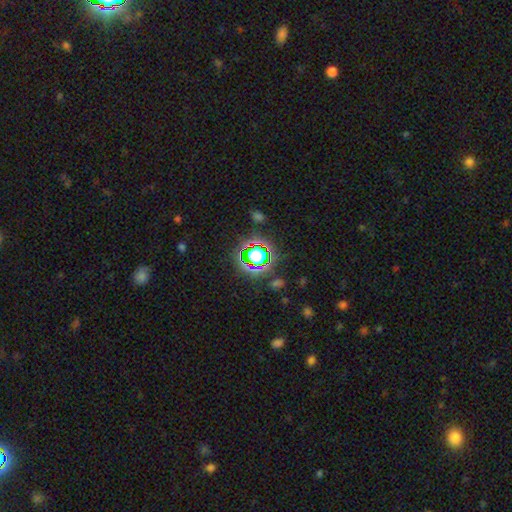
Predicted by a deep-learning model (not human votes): Smooth or featured? Predicted: star or artifact (p=0.65).